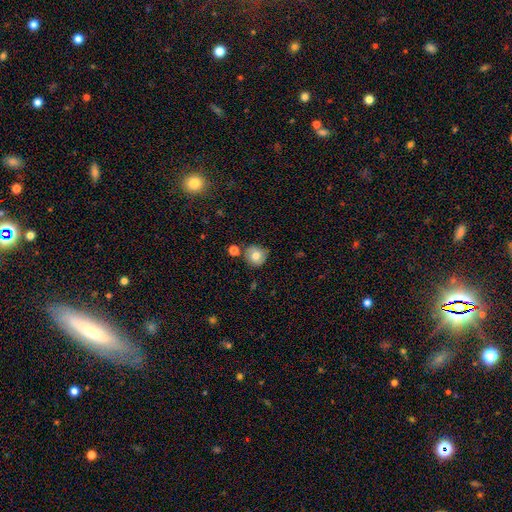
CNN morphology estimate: This appears to be a smooth galaxy with no disk features (74%) that is round (88%). Merging: none (72%).